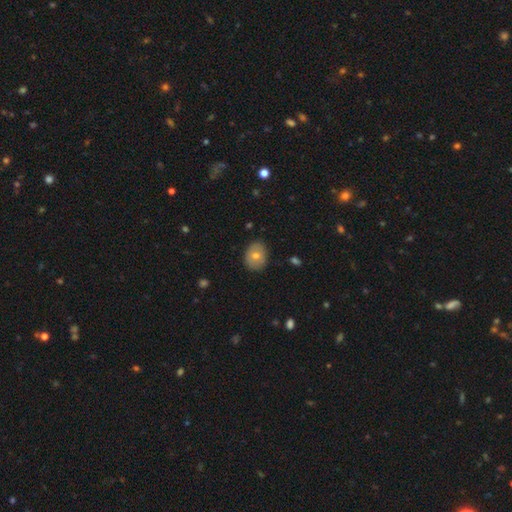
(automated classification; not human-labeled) Smooth or featured?
  - smooth: 72% *
  - featured or disk: 20%
  - star or artifact: 8%
How rounded?
  - in between: 53% *
  - round: 46%
  - cigar-shaped: 1%
Merging?
  - none: 82% *
  - minor disturbance: 14%
  - major disturbance: 3%
  - merger: 1%